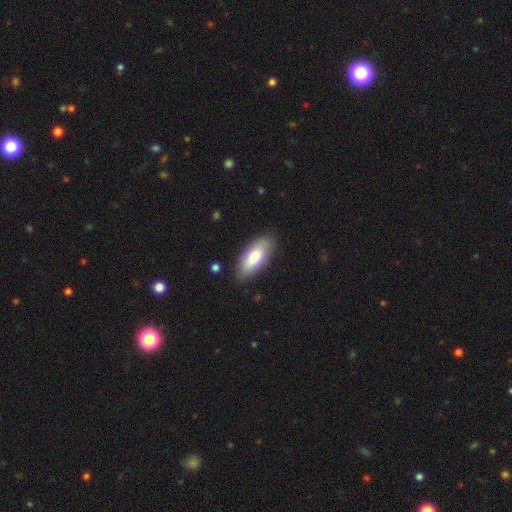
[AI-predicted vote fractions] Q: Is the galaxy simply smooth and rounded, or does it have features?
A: smooth — 80%.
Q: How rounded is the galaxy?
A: in between — 81%.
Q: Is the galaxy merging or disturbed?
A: none — 85%.